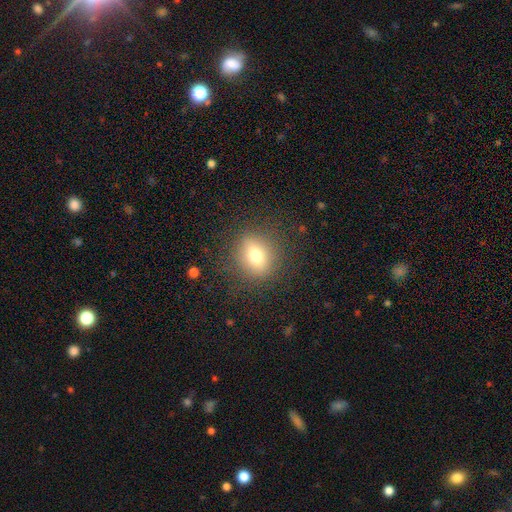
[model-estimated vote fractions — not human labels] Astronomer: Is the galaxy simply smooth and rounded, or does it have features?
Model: smooth — 67%.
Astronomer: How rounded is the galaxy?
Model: round — 65%.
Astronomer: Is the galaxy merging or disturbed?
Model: none — 85%.